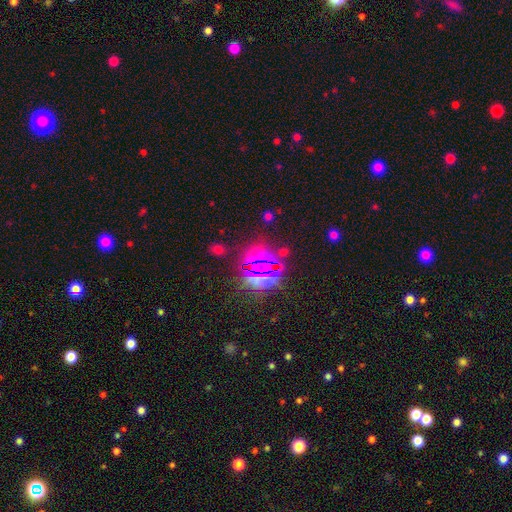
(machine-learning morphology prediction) This appears to be a star or artifact, not a galaxy (71%).